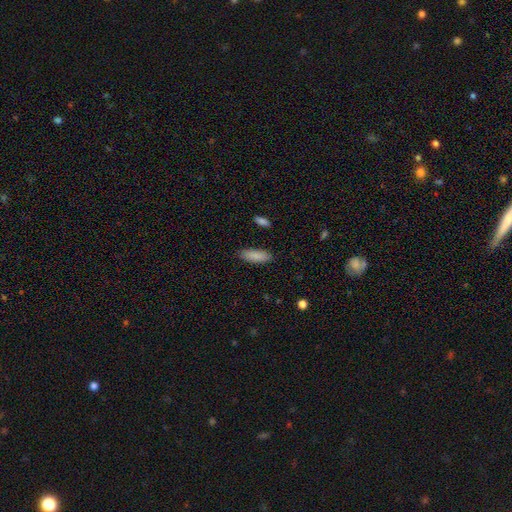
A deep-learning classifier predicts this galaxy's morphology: smooth 87%, star or artifact 6%, featured or disk 6%. Down the decision tree: how rounded — in between (61%); merging — none (87%).